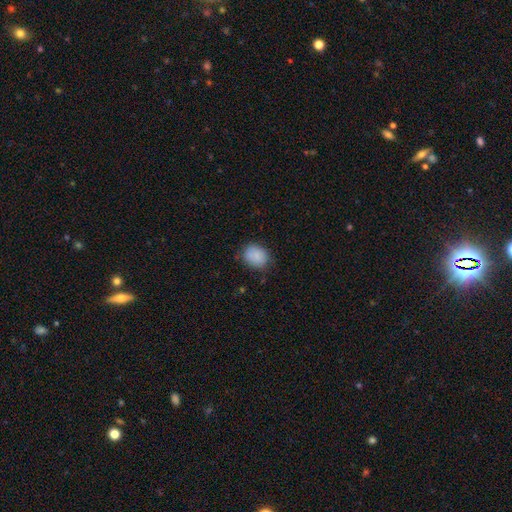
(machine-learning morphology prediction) This is clearly a smooth galaxy (86%). How rounded: possibly round (50%). Merging: likely none (76%).